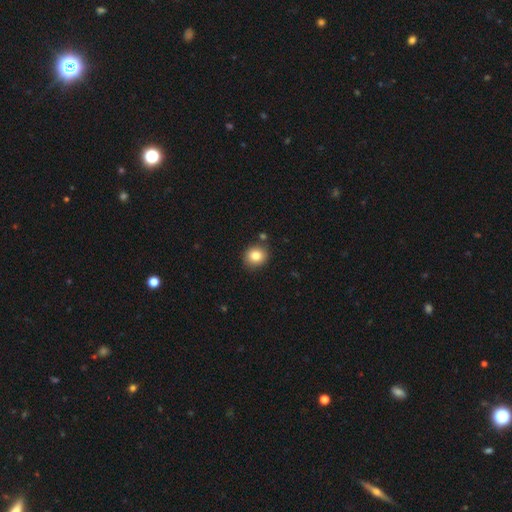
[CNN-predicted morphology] Smooth or featured?
  - smooth: 83% *
  - star or artifact: 10%
  - featured or disk: 7%
How rounded?
  - round: 78% *
  - in between: 21%
  - cigar-shaped: 1%
Merging?
  - none: 83% *
  - minor disturbance: 9%
  - merger: 5%
  - major disturbance: 2%